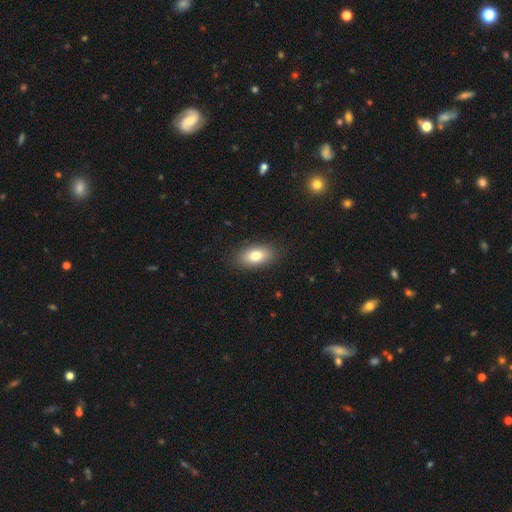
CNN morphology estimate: The model was most divided on "smooth or featured": smooth: 79%, featured or disk: 13%, star or artifact: 8%. More confident: how rounded — in between (90%); merging — none (87%).